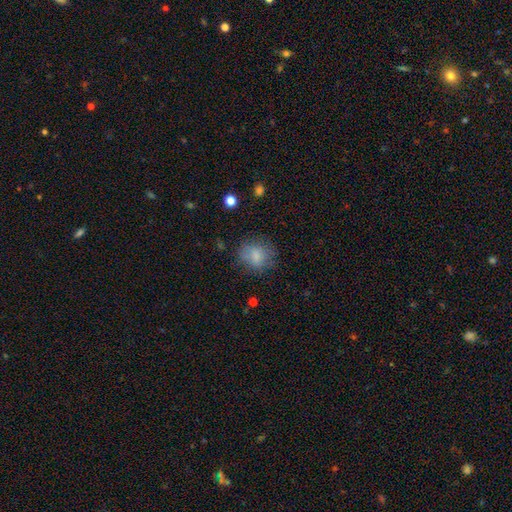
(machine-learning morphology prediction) A smooth galaxy with no disk features (77%) that is round (68%).

Vote fractions:
- Smooth or featured? smooth: 77% / featured or disk: 12% / star or artifact: 10%
- How rounded? round: 68% / in between: 31% / cigar-shaped: 1%
- Merging? none: 68% / minor disturbance: 20% / major disturbance: 10% / merger: 2%